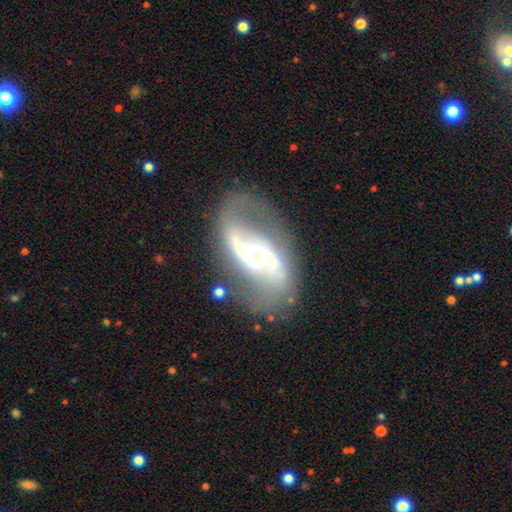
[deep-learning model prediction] This is clearly a featured or disk galaxy (89%). It is clearly not viewed edge-on (97%). Bar: marginally weak (39%). Spiral arm pattern: clearly yes (95%). Spiral arm count: clearly 2 (91%). Spiral winding: possibly loose (56%). Central bulge: possibly moderate (59%). Merging: likely none (72%).